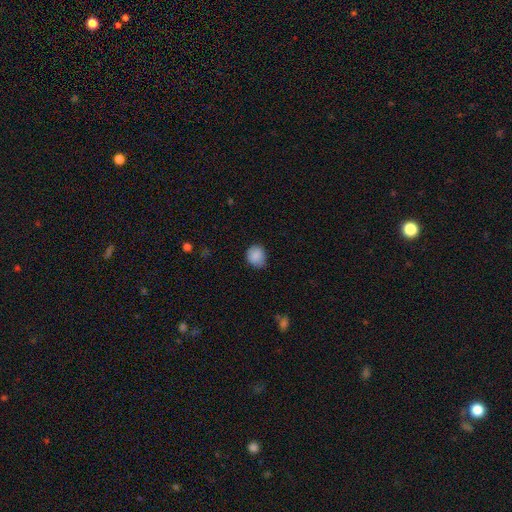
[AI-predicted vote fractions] The model was most divided on "how rounded": round: 75%, in between: 24%, cigar-shaped: 1%. More confident: smooth or featured — smooth (88%); merging — none (75%).